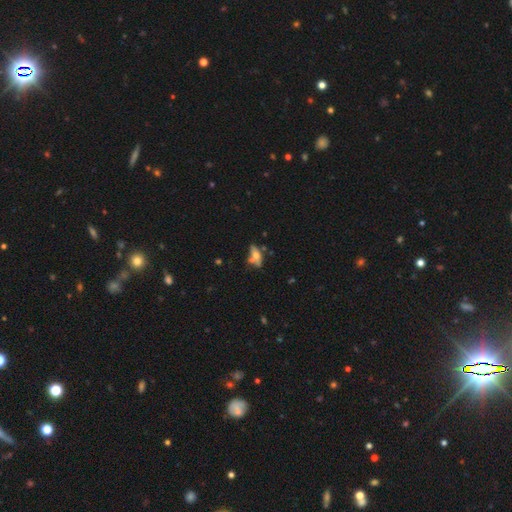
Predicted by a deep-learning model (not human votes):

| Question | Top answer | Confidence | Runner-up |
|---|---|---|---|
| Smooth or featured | featured or disk | 48% | smooth (42%) |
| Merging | none | 43% | merger (25%) |